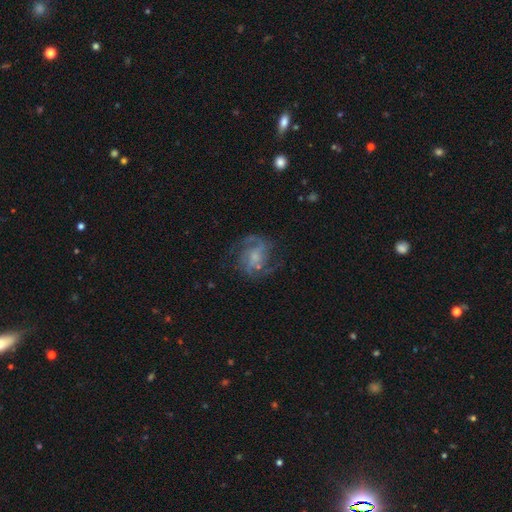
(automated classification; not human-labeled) A featured or disk galaxy (78%) with no bar (48%), 2 (51%) medium (52%) spiral arms (90%) and a small central bulge (47%). Merging: none (64%).